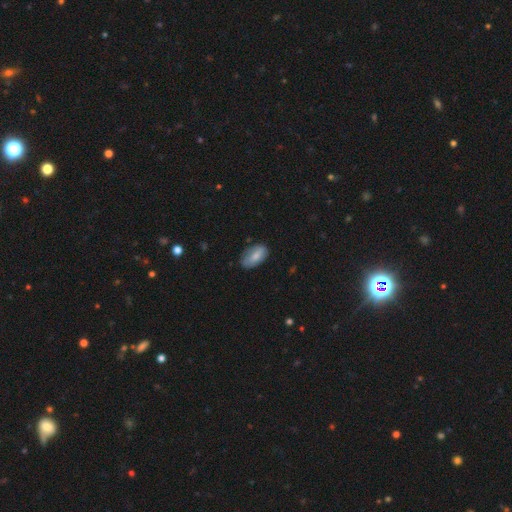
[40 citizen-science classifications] A smooth galaxy with no disk features (80%) that is in between round and cigar-shaped (94%).

Vote fractions:
- Smooth or featured? smooth: 80% / featured or disk: 15% / star or artifact: 5%
- How rounded? in between: 94% / round: 6% / cigar-shaped: 0%
- Merging? none: 63% / minor disturbance: 26% / major disturbance: 8% / merger: 3%